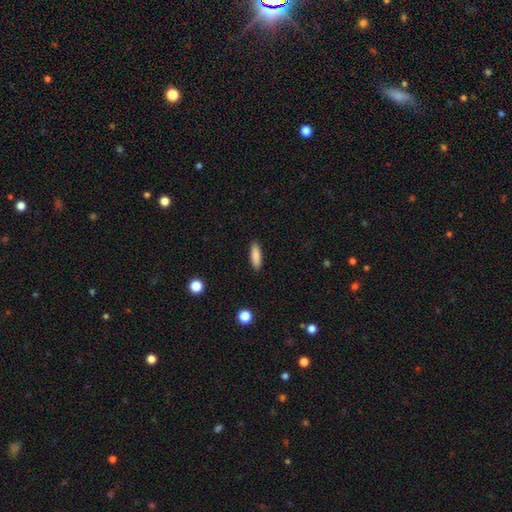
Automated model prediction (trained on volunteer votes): Smooth or featured? Predicted: smooth (p=0.85). How rounded? Predicted: cigar-shaped (p=0.58). Merging? Predicted: none (p=0.90).